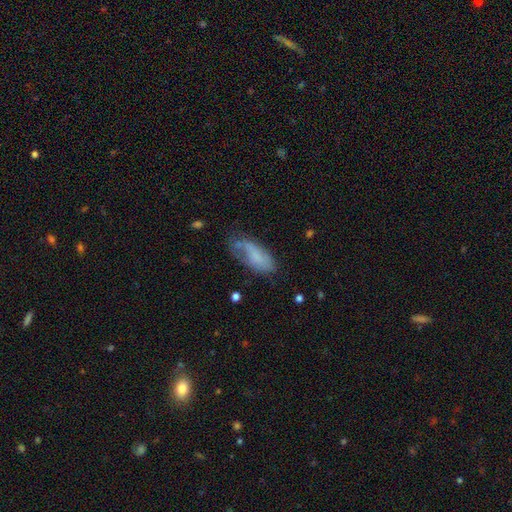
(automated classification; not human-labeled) The model was most divided on "merging": none: 43%, minor disturbance: 33%, major disturbance: 20%, merger: 5%. More confident: how rounded — in between (84%); smooth or featured — smooth (64%).